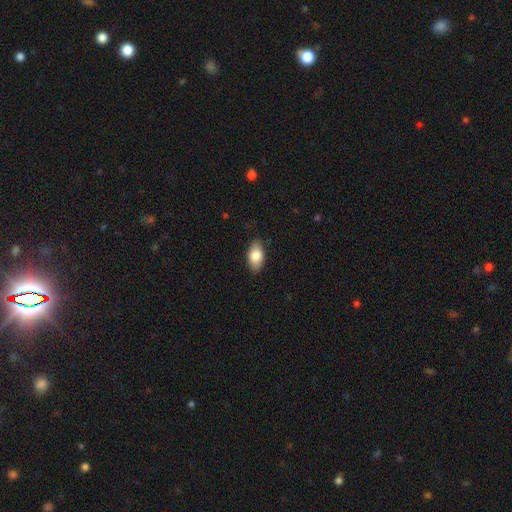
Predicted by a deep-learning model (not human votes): Smooth or featured? Predicted: smooth (p=0.81). How rounded? Predicted: in between (p=0.92). Merging? Predicted: none (p=0.84).